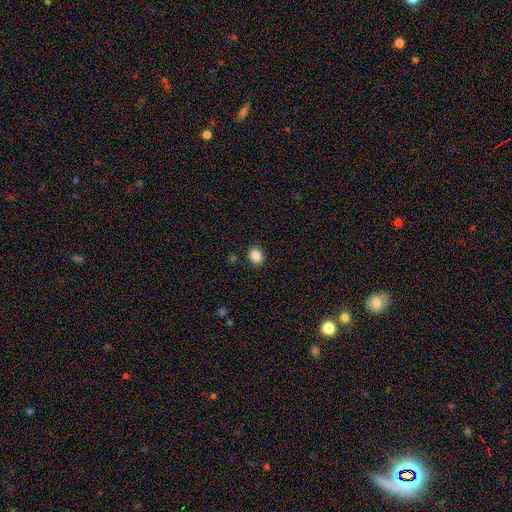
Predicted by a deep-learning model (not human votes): smooth-or-featured: smooth: 87% | star or artifact: 10% | featured or disk: 4%
  how-rounded: round: 59% | in between: 40% | cigar-shaped: 1%
  merging: none: 89% | minor disturbance: 7% | major disturbance: 2% | merger: 2%